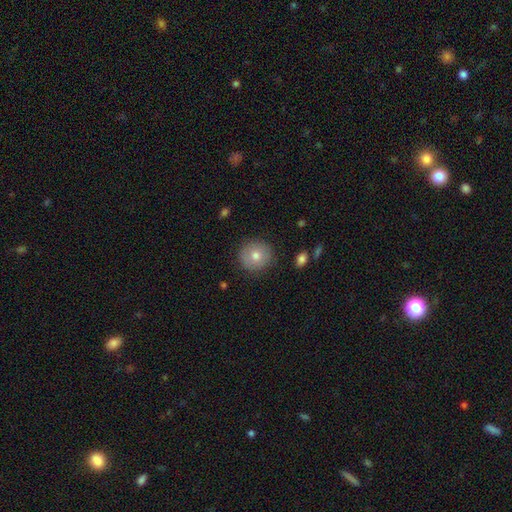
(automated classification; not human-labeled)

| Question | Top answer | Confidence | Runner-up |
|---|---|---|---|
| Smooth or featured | smooth | 73% | featured or disk (18%) |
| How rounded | round | 93% | in between (6%) |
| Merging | none | 88% | minor disturbance (8%) |